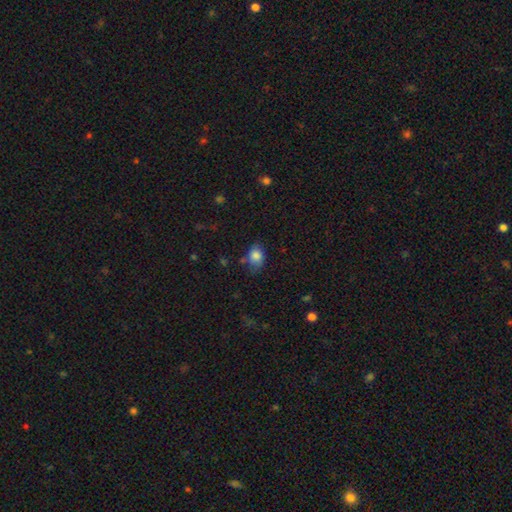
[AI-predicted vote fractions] A smooth galaxy with no disk features (83%) that is in between round and cigar-shaped (71%).

Vote fractions:
- Smooth or featured? smooth: 83% / star or artifact: 9% / featured or disk: 8%
- How rounded? in between: 71% / round: 28% / cigar-shaped: 1%
- Merging? none: 61% / minor disturbance: 27% / major disturbance: 7% / merger: 5%